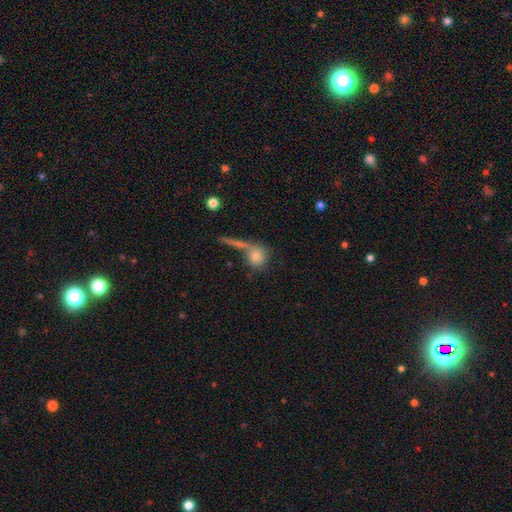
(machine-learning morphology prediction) smooth-or-featured: smooth: 73% | featured or disk: 17% | star or artifact: 10%
  how-rounded: round: 78% | in between: 17% | cigar-shaped: 5%
  merging: none: 48% | merger: 28% | minor disturbance: 13% | major disturbance: 11%